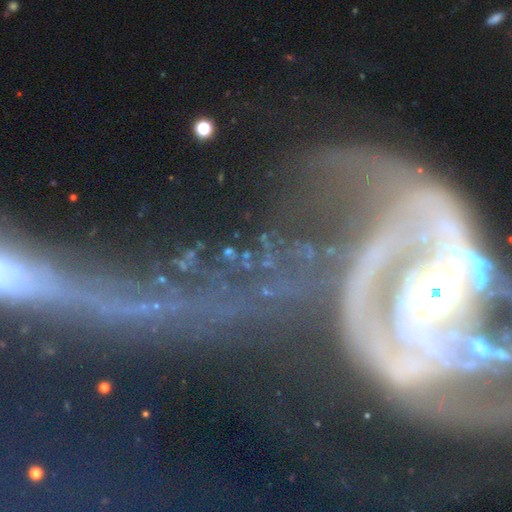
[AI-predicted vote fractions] Smooth or featured: featured or disk — 76% (star or artifact — 14%)
Edge-on disk: no — 90% (yes — 10%)
Bar: no — 48% (strong — 27%)
Spiral arms: yes — 71% (no — 29%)
Bulge size: moderate — 62% (small — 18%)
Merging: major disturbance — 45% (merger — 23%)